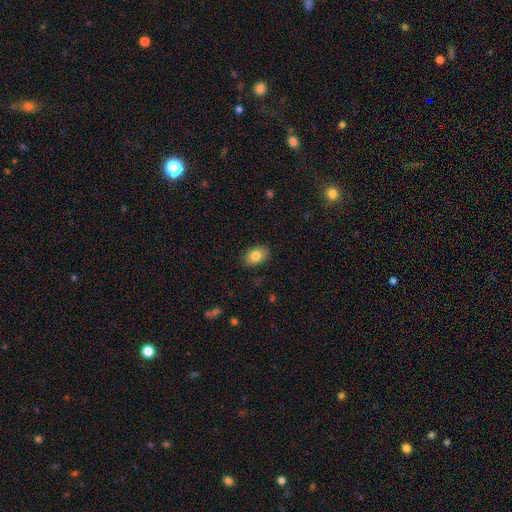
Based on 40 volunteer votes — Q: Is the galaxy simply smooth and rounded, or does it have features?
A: smooth — 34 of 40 (85%).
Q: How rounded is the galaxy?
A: in between — 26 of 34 (76%).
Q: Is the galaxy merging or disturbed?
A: none — 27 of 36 (75%).